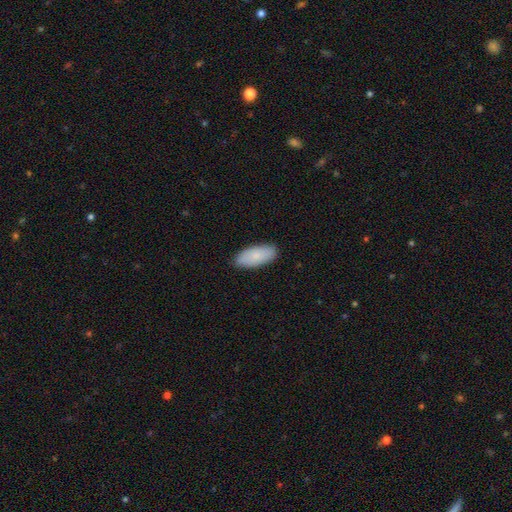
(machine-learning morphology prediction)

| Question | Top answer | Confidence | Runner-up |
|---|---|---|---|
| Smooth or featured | smooth | 84% | featured or disk (10%) |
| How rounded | in between | 88% | cigar-shaped (10%) |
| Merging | none | 87% | minor disturbance (10%) |